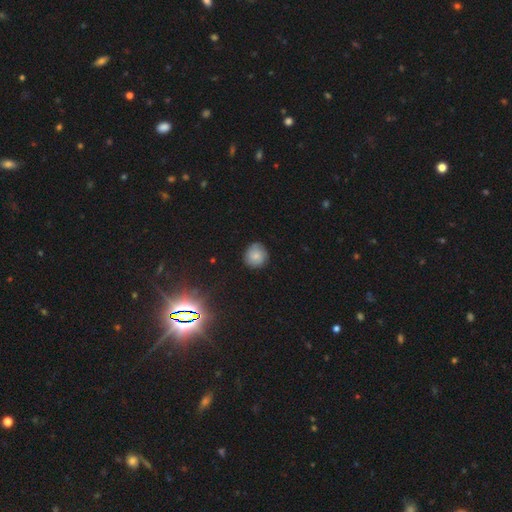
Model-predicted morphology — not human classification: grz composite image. It shows a smooth galaxy with no disk features (73%) that is round (90%). Merging: none (81%).